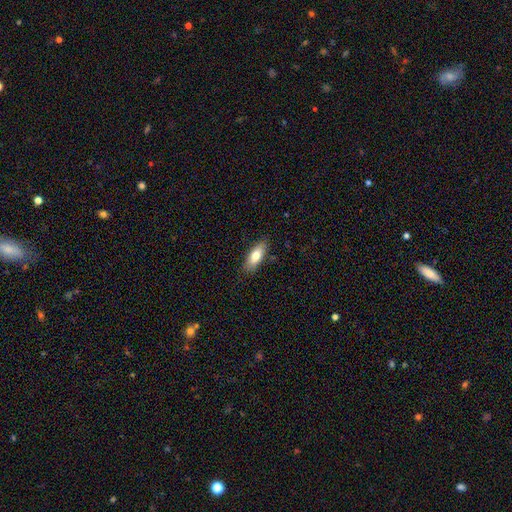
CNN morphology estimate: Smooth or featured? Predicted: smooth (p=0.75). How rounded? Predicted: in between (p=0.71). Merging? Predicted: none (p=0.86).